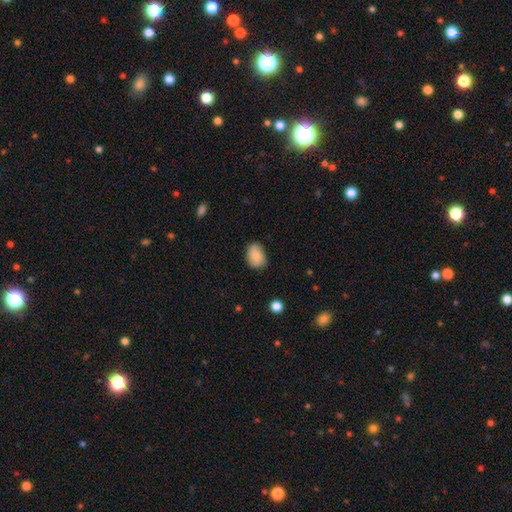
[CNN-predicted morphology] This is clearly a smooth galaxy (84%). How rounded: likely in between (72%). Merging: likely none (68%).